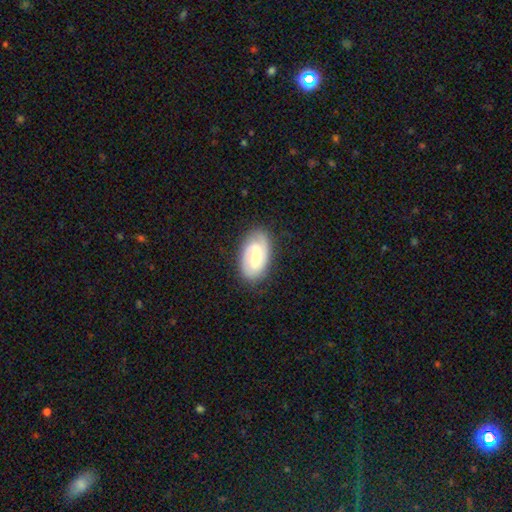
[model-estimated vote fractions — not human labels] The model was most divided on "spiral winding": tight: 49%, medium: 36%, loose: 14%. Remaining: edge-on disk — no (95%); spiral arms — yes (85%); merging — none (83%); spiral arm count — 2 (73%); smooth or featured — featured or disk (64%); bulge size — moderate (53%); bar — weak (49%).